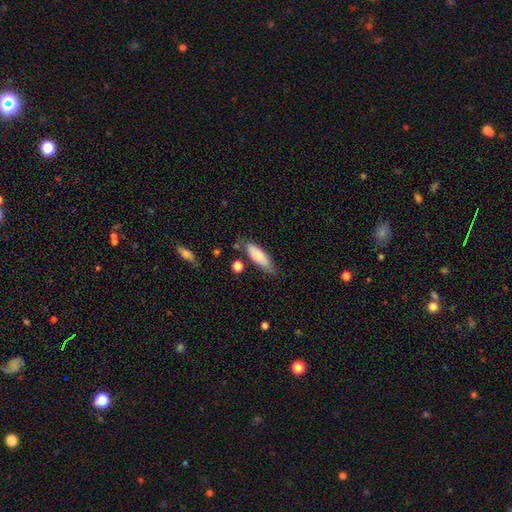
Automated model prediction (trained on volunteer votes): The model was most divided on "how rounded": in between: 57%, cigar-shaped: 41%, round: 2%. More confident: smooth or featured — smooth (72%); merging — none (69%).